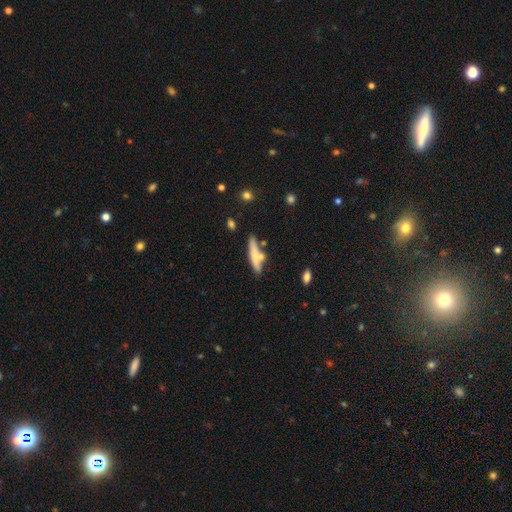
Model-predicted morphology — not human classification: Q: Smooth or featured?
A: smooth (63%); runner-up: featured or disk (30%)
Q: How rounded?
A: cigar-shaped (82%); runner-up: in between (16%)
Q: Merging?
A: none (65%); runner-up: merger (16%)